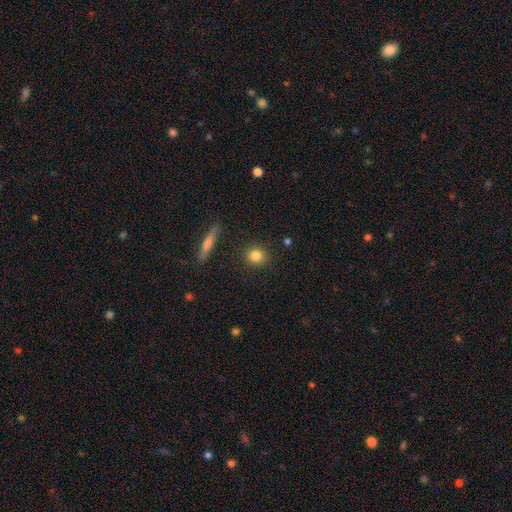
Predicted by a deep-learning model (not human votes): Overall: smooth (82%). How rounded: round (85%). Merging: none (89%).